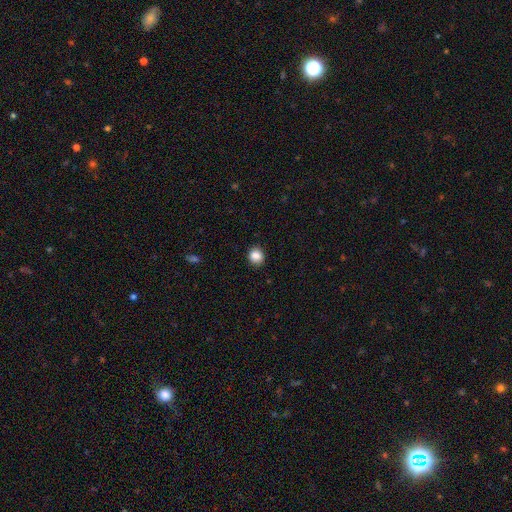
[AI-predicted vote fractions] This is clearly a smooth galaxy (86%). How rounded: clearly round (83%). Merging: clearly none (91%).